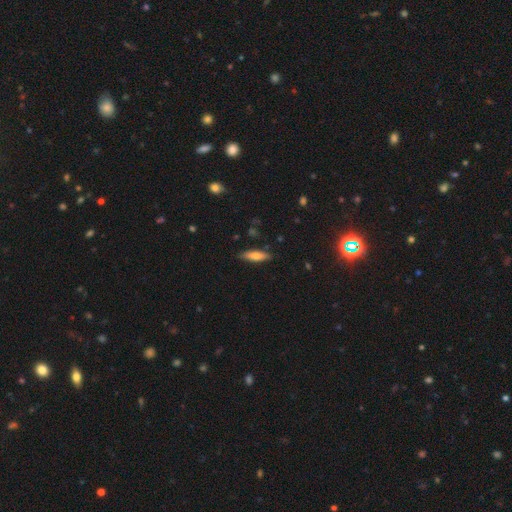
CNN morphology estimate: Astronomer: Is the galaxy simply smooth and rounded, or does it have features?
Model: smooth — 68%.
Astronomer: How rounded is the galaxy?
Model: cigar-shaped — 58% (runner-up: in between, 40%).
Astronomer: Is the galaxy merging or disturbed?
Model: none — 84%.